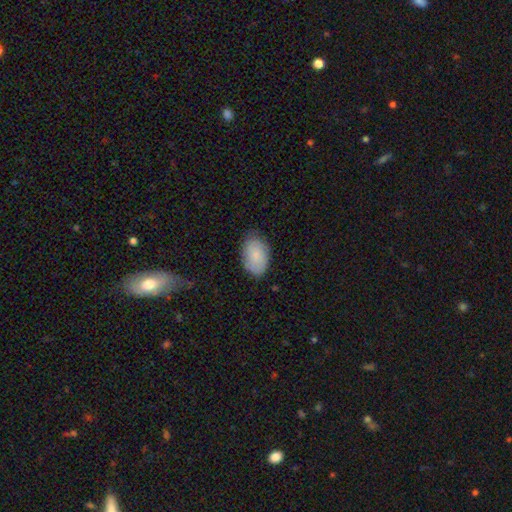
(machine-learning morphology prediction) Overall: smooth (78%). How rounded: in between (90%). Merging: none (76%).